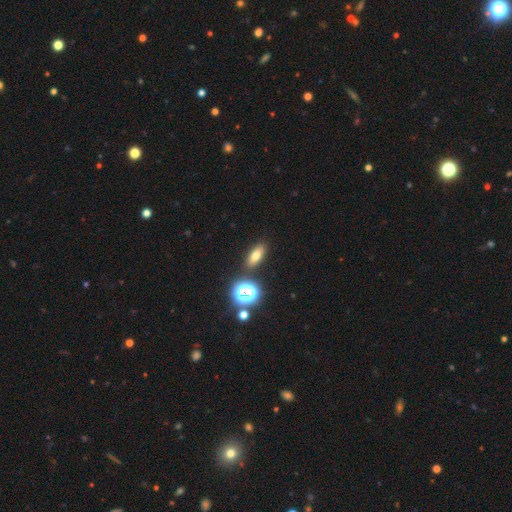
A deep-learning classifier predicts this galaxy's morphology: Overall: smooth (67%). How rounded: in between (68%). Merging: none (85%).